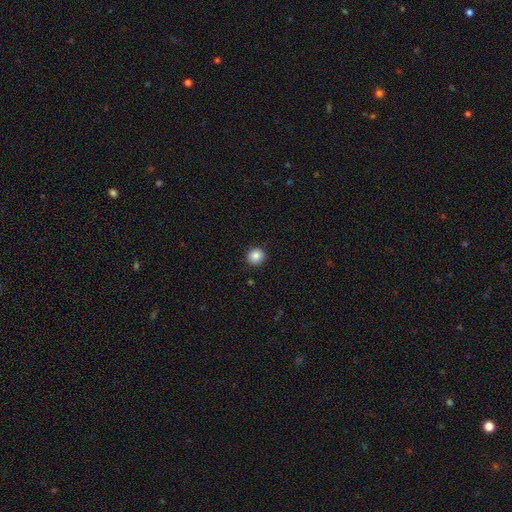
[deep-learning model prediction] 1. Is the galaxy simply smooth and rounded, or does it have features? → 86% smooth, 9% star or artifact, 5% featured or disk.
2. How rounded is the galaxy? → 90% round, 9% in between, 1% cigar-shaped.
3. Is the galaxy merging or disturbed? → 91% none, 6% minor disturbance, 2% major disturbance, 1% merger.